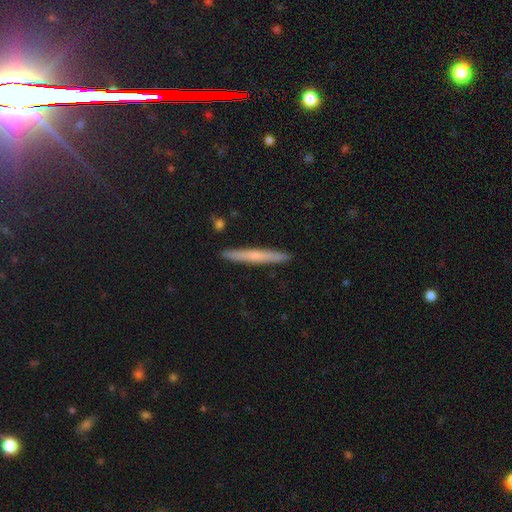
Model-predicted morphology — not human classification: This is possibly a smooth galaxy (54%). How rounded: clearly cigar-shaped (96%). Merging: clearly none (92%).